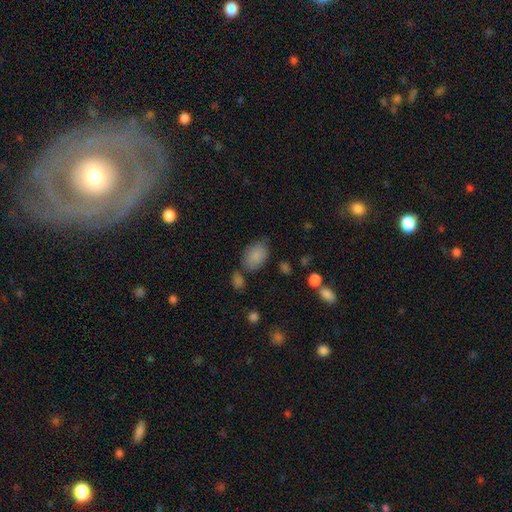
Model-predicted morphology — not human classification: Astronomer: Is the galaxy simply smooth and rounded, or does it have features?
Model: smooth — 85%.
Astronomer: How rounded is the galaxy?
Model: in between — 83%.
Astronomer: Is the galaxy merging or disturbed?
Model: none — 62%.